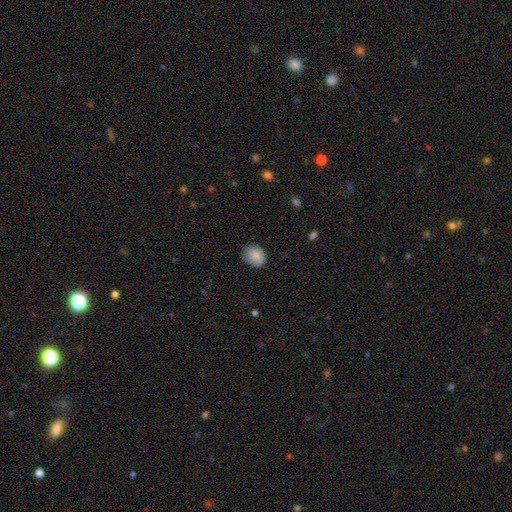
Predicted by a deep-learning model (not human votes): Smooth or featured: smooth — 88% (star or artifact — 7%)
How rounded: in between — 59% (round — 40%)
Merging: none — 77% (minor disturbance — 18%)